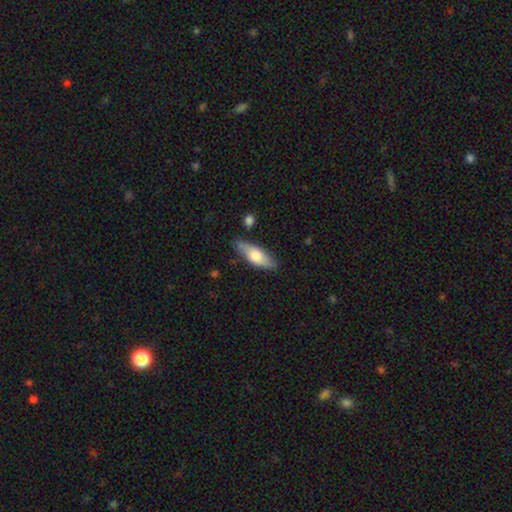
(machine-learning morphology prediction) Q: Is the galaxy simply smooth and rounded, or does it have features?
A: smooth — 64%.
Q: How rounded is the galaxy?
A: in between — 61%.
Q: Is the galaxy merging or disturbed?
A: none — 78%.